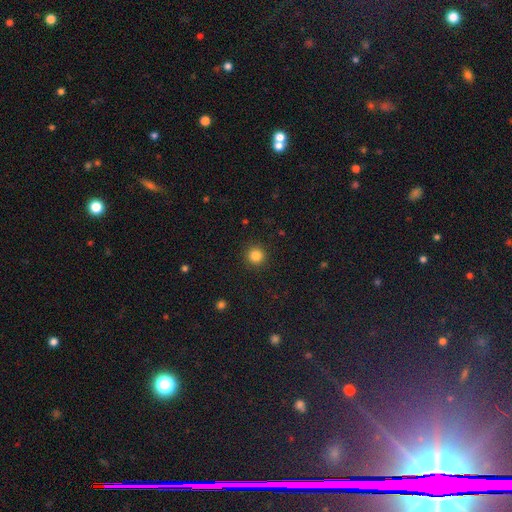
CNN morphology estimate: type=smooth (85%); roundness=round (95%); merging=none (92%).